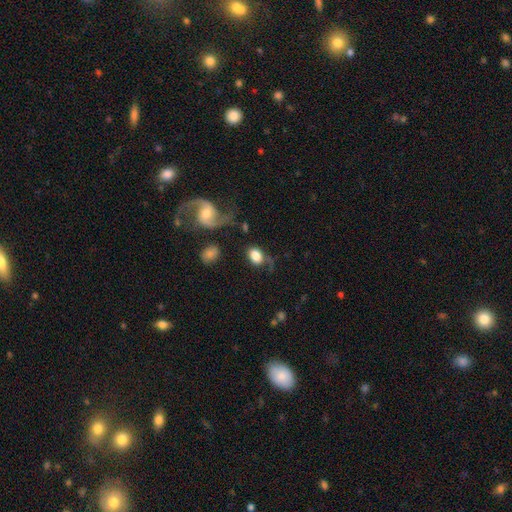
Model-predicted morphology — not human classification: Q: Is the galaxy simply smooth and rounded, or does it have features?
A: smooth — 73%.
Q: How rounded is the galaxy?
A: in between — 75%.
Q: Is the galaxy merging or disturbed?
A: none — 50%.